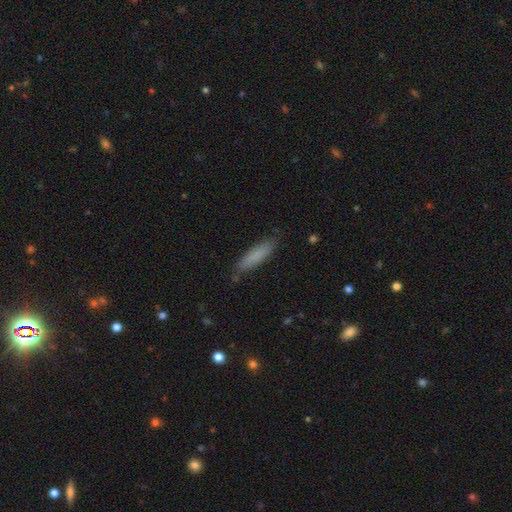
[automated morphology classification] The model was most divided on "how rounded": cigar-shaped: 82%, in between: 17%, round: 1%. More confident: merging — none (83%); smooth or featured — smooth (81%).